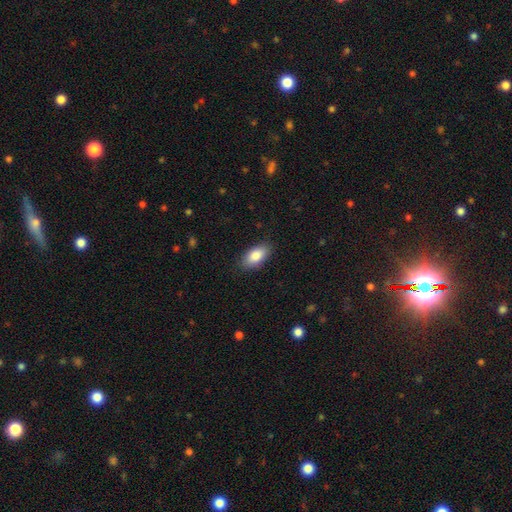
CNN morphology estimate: Smooth or featured?
  - smooth: 85% *
  - featured or disk: 8%
  - star or artifact: 7%
How rounded?
  - in between: 91% *
  - cigar-shaped: 5%
  - round: 4%
Merging?
  - none: 86% *
  - minor disturbance: 11%
  - major disturbance: 3%
  - merger: 1%